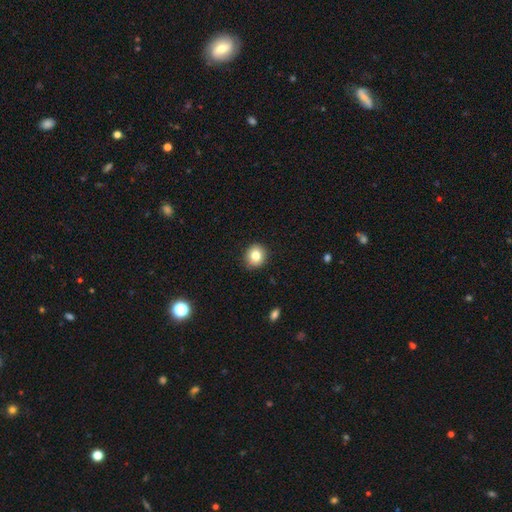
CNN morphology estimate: A smooth galaxy with no disk features (81%) that is round (82%).

Vote fractions:
- Smooth or featured? smooth: 81% / star or artifact: 10% / featured or disk: 9%
- How rounded? round: 82% / in between: 17% / cigar-shaped: 1%
- Merging? none: 89% / minor disturbance: 8% / major disturbance: 2% / merger: 1%